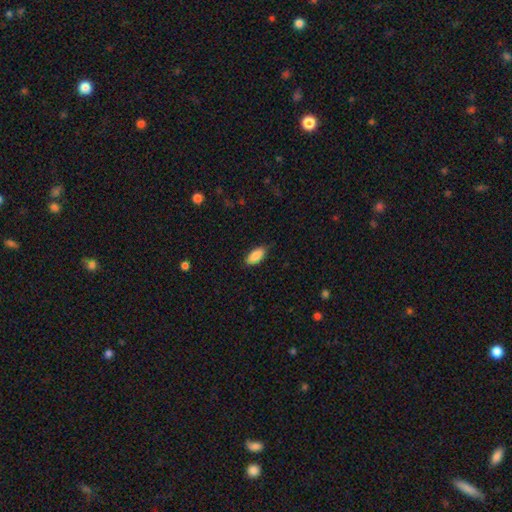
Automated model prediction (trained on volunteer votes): This appears to be a smooth galaxy with no disk features (88%) that is in between round and cigar-shaped (90%). Merging: none (83%).